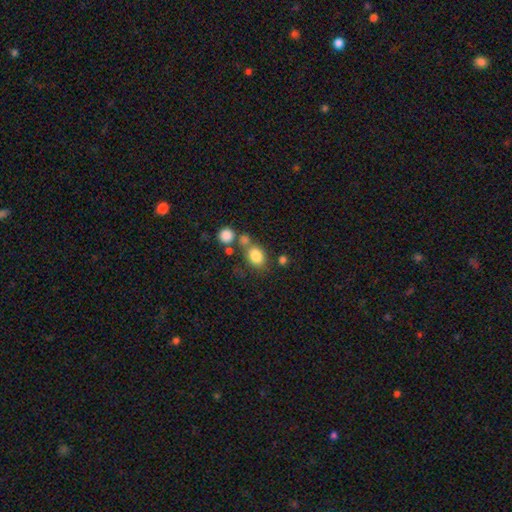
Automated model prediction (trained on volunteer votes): smooth 82%, star or artifact 10%, featured or disk 8%. Down the decision tree: how rounded — in between (61%); merging — none (60%).